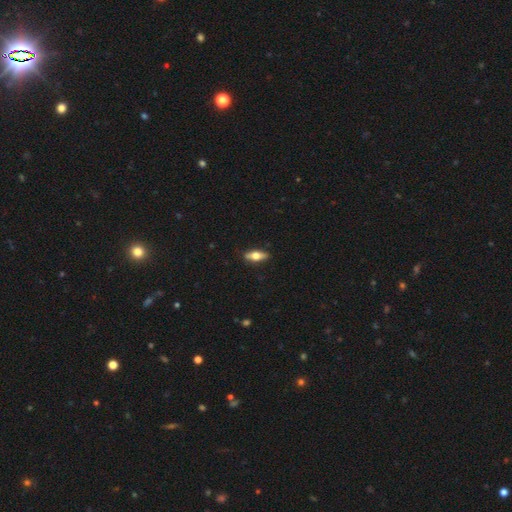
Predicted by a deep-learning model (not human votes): Smooth or featured: smooth — 54% (featured or disk — 39%)
How rounded: in between — 69% (cigar-shaped — 28%)
Merging: none — 86% (minor disturbance — 10%)